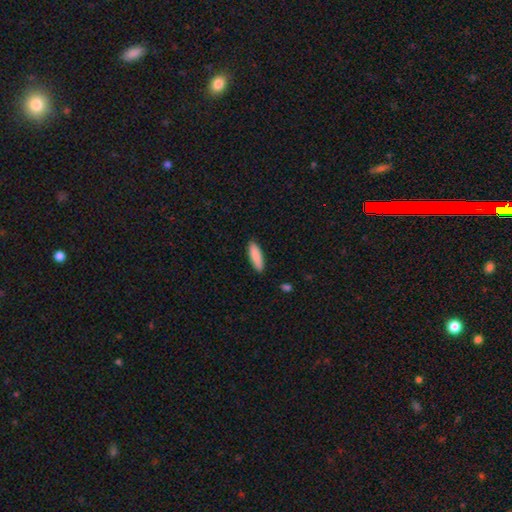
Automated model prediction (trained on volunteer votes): Smooth or featured? smooth (88%)
How rounded? cigar-shaped (55%)
Merging? none (87%)